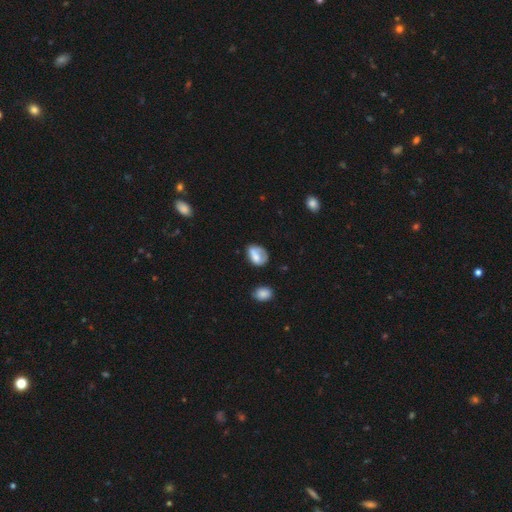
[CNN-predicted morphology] smooth_or_featured: smooth (p=0.69) [alt: featured or disk p=0.22]
how_rounded: in between (p=0.75) [alt: round p=0.24]
merging: none (p=0.48) [alt: minor disturbance p=0.30]